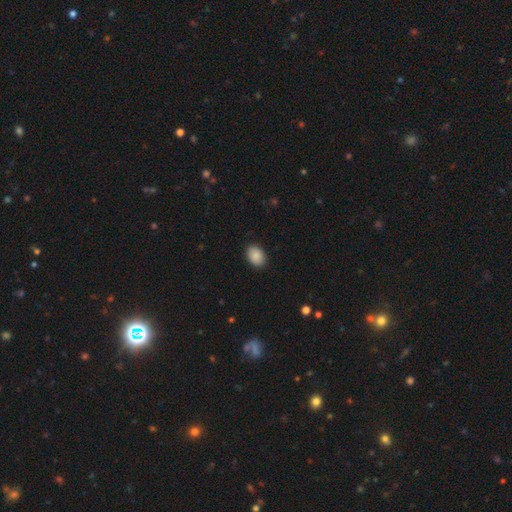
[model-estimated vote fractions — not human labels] The model was most divided on "how rounded": in between: 80%, round: 19%, cigar-shaped: 1%. More confident: smooth or featured — smooth (89%); merging — none (89%).